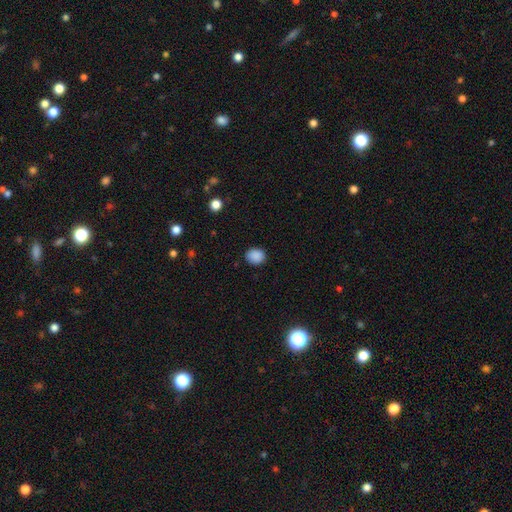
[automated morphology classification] The model was most divided on "how rounded": round: 66%, in between: 33%, cigar-shaped: 1%. More confident: merging — none (88%); smooth or featured — smooth (88%).